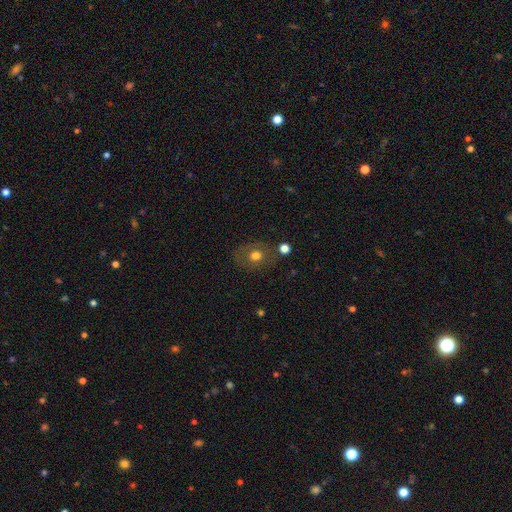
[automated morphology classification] type=smooth (63%); roundness=round (59%); merging=none (74%).